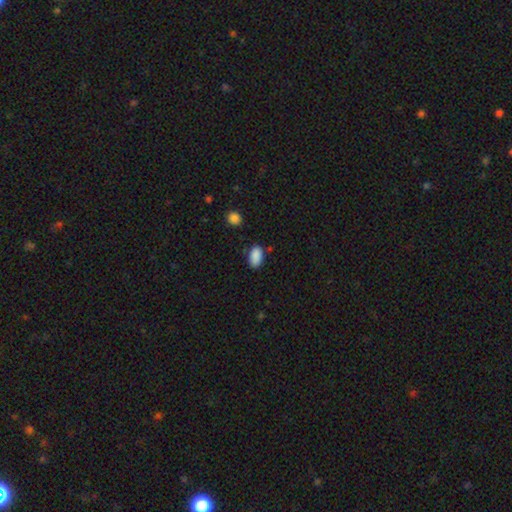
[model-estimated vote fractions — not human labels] A smooth galaxy with no disk features (89%) that is in between round and cigar-shaped (93%).

Vote fractions:
- Smooth or featured? smooth: 89% / star or artifact: 8% / featured or disk: 4%
- How rounded? in between: 93% / round: 5% / cigar-shaped: 2%
- Merging? none: 77% / minor disturbance: 17% / major disturbance: 3% / merger: 3%